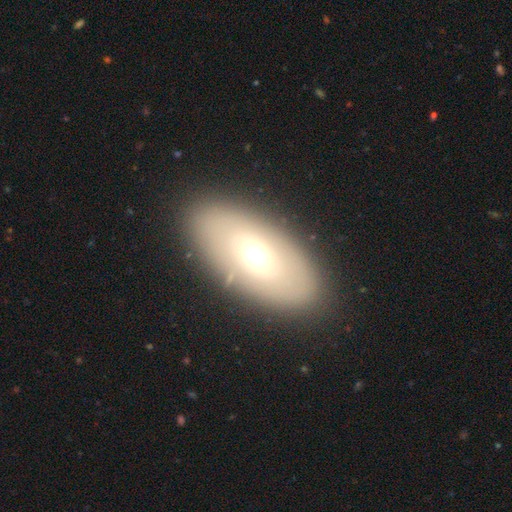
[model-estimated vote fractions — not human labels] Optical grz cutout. It shows a smooth galaxy with no disk features (52%) that is in between round and cigar-shaped (90%). Merging: none (87%).